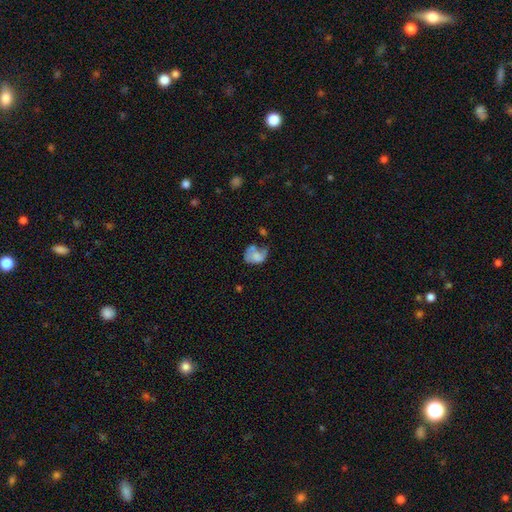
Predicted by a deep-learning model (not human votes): This is possibly a smooth galaxy (54%). How rounded: likely in between (66%). Merging: marginally major disturbance (30%).